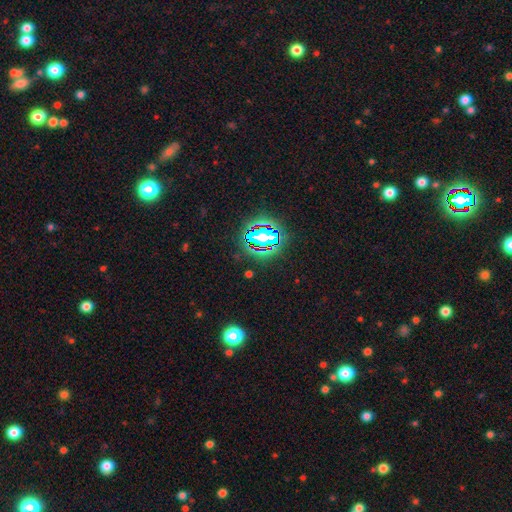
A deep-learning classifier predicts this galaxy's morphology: smooth-or-featured: star or artifact: 80% | smooth: 12% | featured or disk: 8%